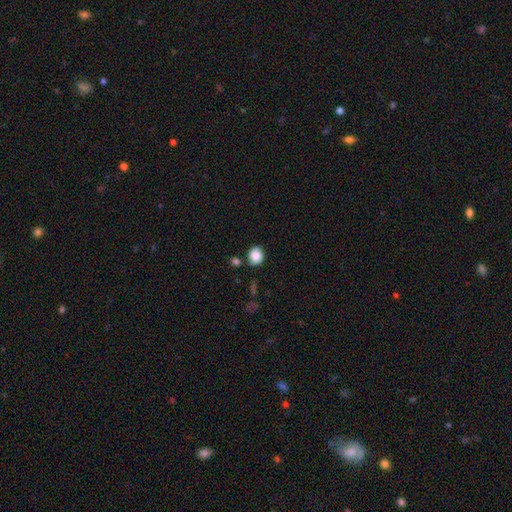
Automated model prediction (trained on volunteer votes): The model was most divided on "how rounded": round: 65%, in between: 34%, cigar-shaped: 1%. More confident: smooth or featured — smooth (84%); merging — none (71%).